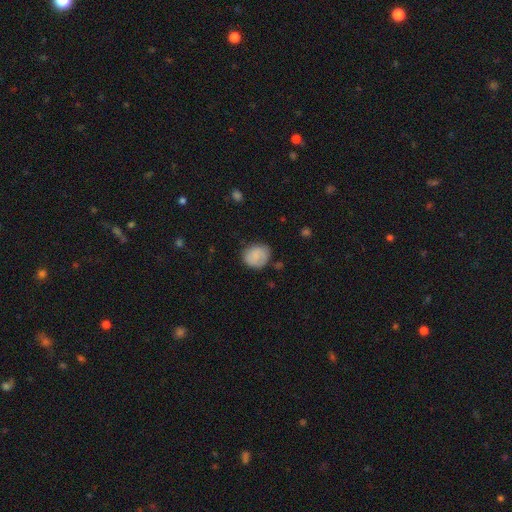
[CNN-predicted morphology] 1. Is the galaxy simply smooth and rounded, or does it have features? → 82% smooth, 10% featured or disk, 8% star or artifact.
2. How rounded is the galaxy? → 76% round, 23% in between, 1% cigar-shaped.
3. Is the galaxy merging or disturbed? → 73% none, 20% minor disturbance, 5% major disturbance, 2% merger.